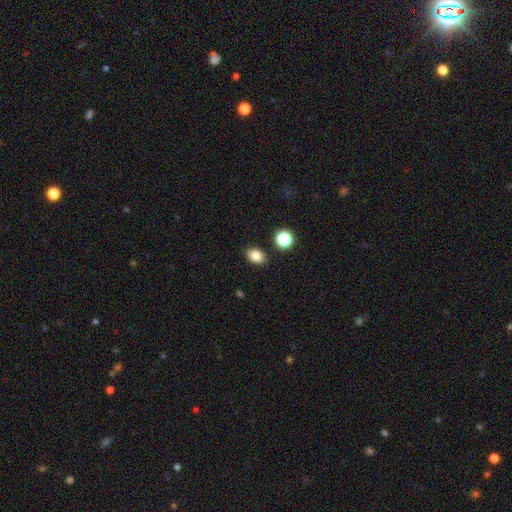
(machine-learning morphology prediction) Smooth or featured?
  - smooth: 82% *
  - star or artifact: 11%
  - featured or disk: 7%
How rounded?
  - in between: 73% *
  - round: 26%
  - cigar-shaped: 1%
Merging?
  - none: 86% *
  - minor disturbance: 9%
  - merger: 3%
  - major disturbance: 2%